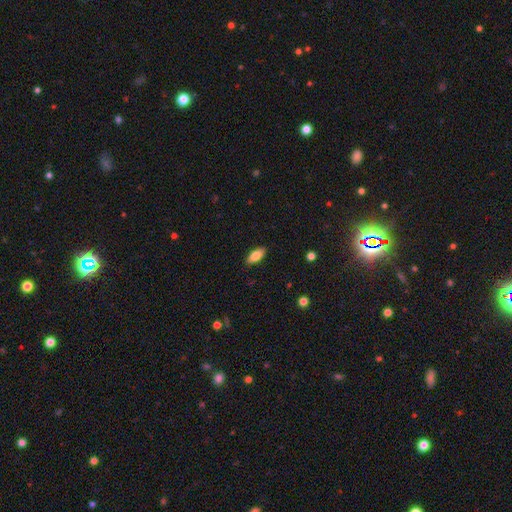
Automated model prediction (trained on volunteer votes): Smooth or featured? Predicted: smooth (p=0.79). How rounded? Predicted: in between (p=0.83). Merging? Predicted: none (p=0.88).